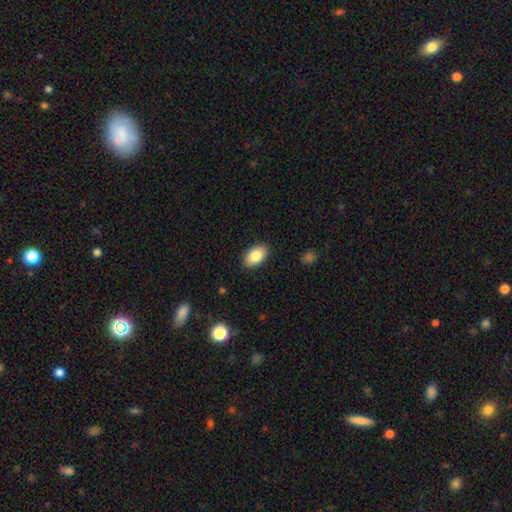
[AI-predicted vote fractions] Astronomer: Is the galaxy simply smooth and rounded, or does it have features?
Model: smooth — 83%.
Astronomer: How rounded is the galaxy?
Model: in between — 93%.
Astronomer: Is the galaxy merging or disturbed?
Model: none — 89%.